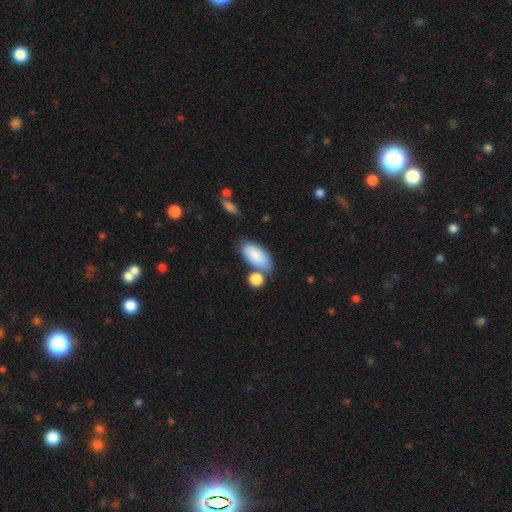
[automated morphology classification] smooth-or-featured: smooth: 86% | featured or disk: 8% | star or artifact: 6%
  how-rounded: in between: 91% | cigar-shaped: 6% | round: 3%
  merging: none: 60% | merger: 19% | minor disturbance: 16% | major disturbance: 5%